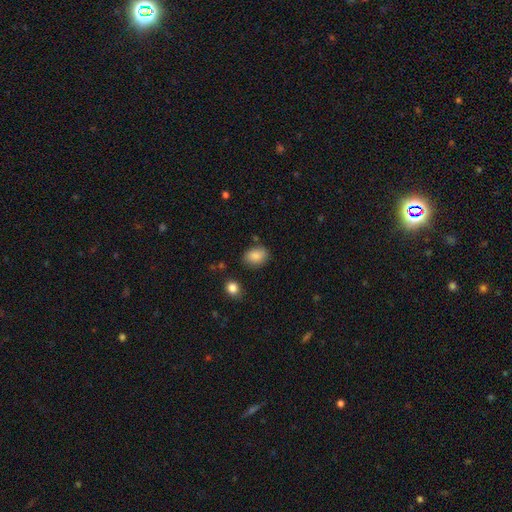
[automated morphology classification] smooth 86%, star or artifact 8%, featured or disk 5%. Down the decision tree: how rounded — in between (76%); merging — none (78%).